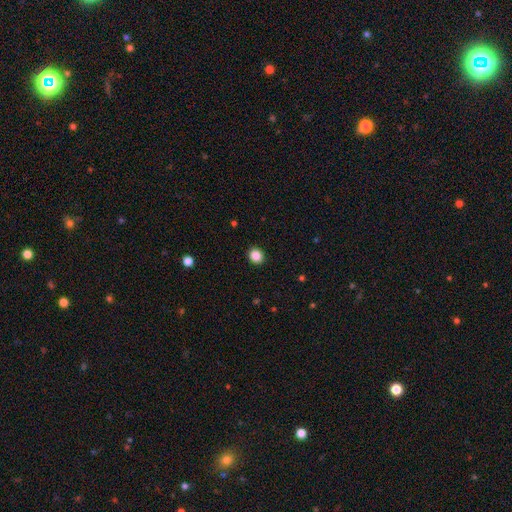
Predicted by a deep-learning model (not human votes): smooth-or-featured: smooth: 86% | star or artifact: 10% | featured or disk: 3%
  how-rounded: round: 81% | in between: 18% | cigar-shaped: 1%
  merging: none: 92% | minor disturbance: 5% | major disturbance: 2% | merger: 1%